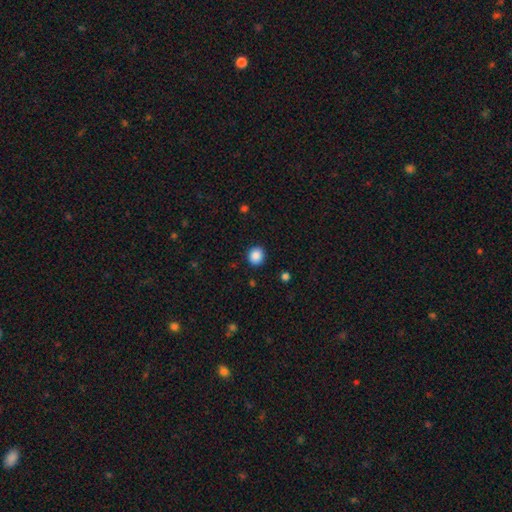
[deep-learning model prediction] A smooth galaxy with no disk features (88%) that is round (83%).

Vote fractions:
- Smooth or featured? smooth: 88% / star or artifact: 9% / featured or disk: 3%
- How rounded? round: 83% / in between: 16% / cigar-shaped: 1%
- Merging? none: 91% / minor disturbance: 6% / major disturbance: 2% / merger: 1%